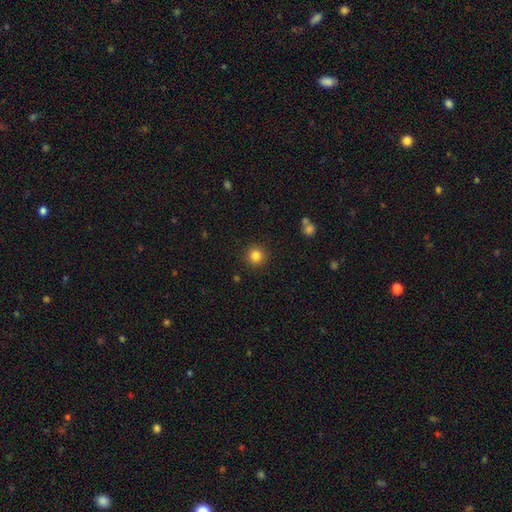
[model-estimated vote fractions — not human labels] Smooth or featured?
  - smooth: 84% *
  - star or artifact: 11%
  - featured or disk: 5%
How rounded?
  - round: 95% *
  - in between: 4%
  - cigar-shaped: 1%
Merging?
  - none: 91% *
  - minor disturbance: 5%
  - major disturbance: 2%
  - merger: 1%